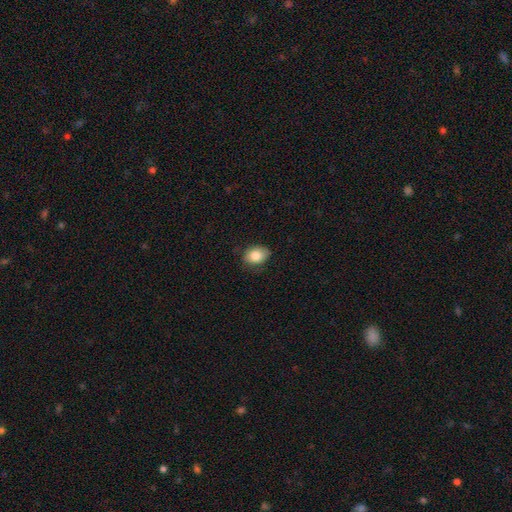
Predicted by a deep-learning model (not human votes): This is clearly a smooth galaxy (84%). How rounded: likely in between (74%). Merging: likely none (78%).